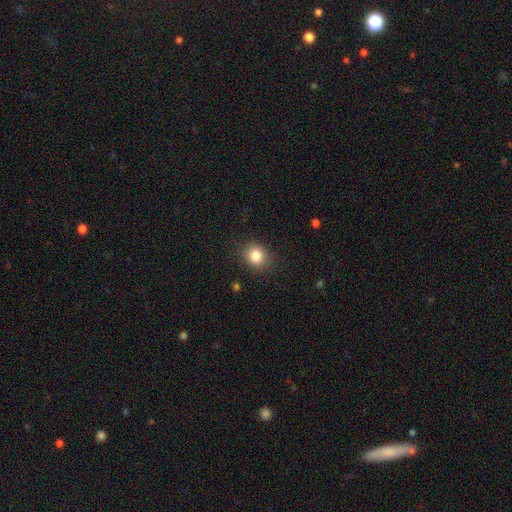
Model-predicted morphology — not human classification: Smooth or featured? Predicted: smooth (p=0.83). How rounded? Predicted: round (p=0.68). Merging? Predicted: none (p=0.86).